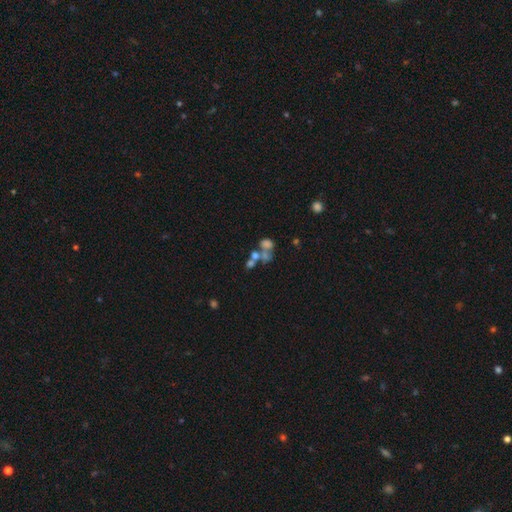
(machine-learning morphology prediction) Smooth or featured? star or artifact (42%)